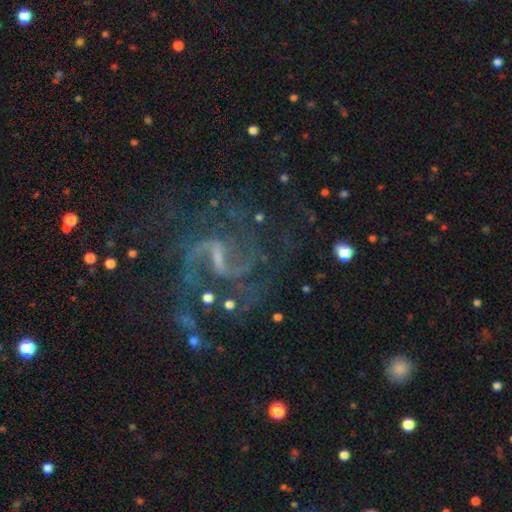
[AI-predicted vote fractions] Smooth or featured? featured or disk (81%)
Edge-on disk? no (97%)
Bar? weak (51%)
Spiral arms? yes (94%)
Spiral winding? medium (47%)
Spiral arm count? 2 (55%)
Bulge size? small (53%)
Merging? none (58%)